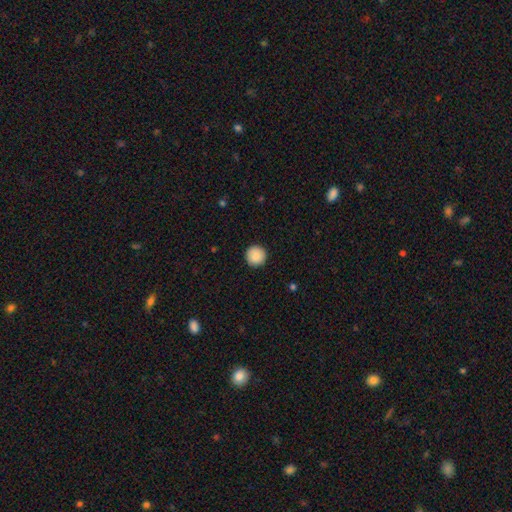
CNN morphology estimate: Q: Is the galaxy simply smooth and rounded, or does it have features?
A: smooth — 88%.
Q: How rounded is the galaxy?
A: round — 96%.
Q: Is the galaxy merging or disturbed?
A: none — 92%.